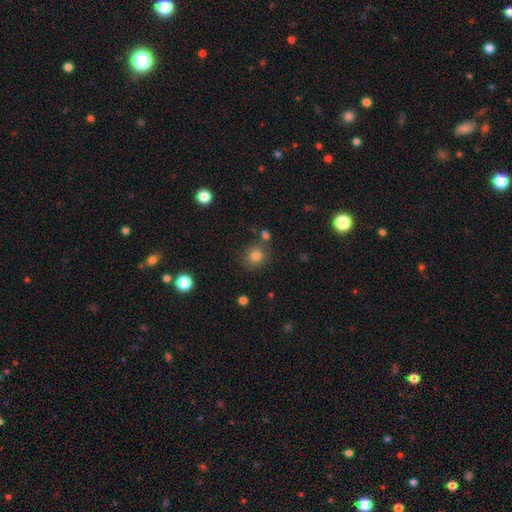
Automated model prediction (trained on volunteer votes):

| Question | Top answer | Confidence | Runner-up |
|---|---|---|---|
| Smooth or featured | smooth | 82% | star or artifact (12%) |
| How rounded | round | 89% | in between (10%) |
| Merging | none | 77% | minor disturbance (11%) |